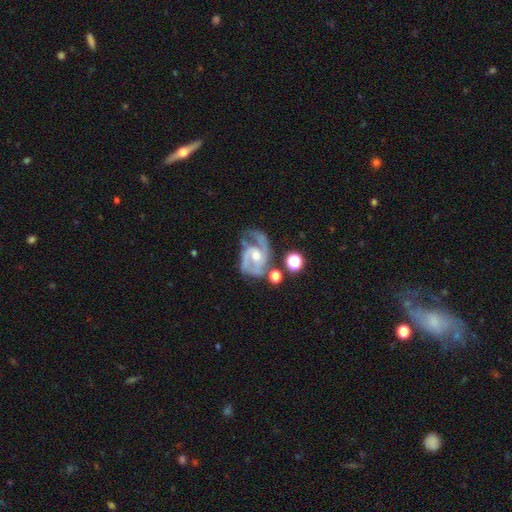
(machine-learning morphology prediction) This appears to be a featured or disk galaxy (86%) with no bar (52%), 2 (66%) medium (50%) spiral arms (95%) and a moderate central bulge (60%). Merging: none (46%).